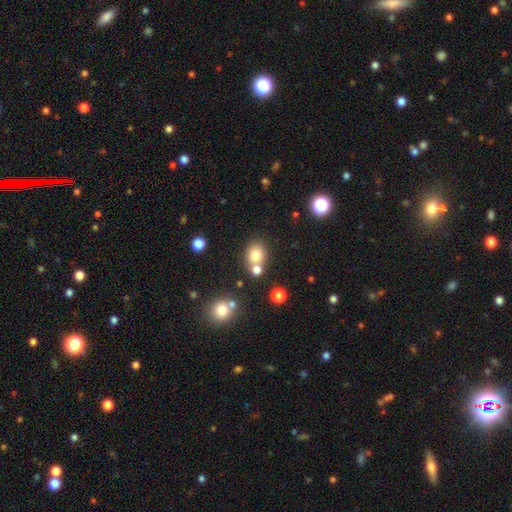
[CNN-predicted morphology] Smooth or featured? Predicted: smooth (p=0.77). How rounded? Predicted: round (p=0.64). Merging? Predicted: none (p=0.60).